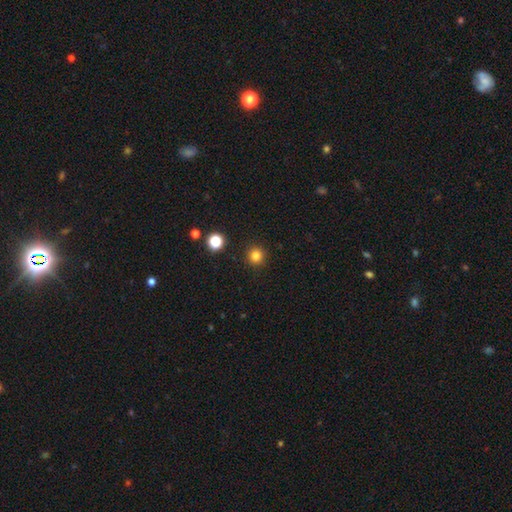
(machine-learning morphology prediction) This is clearly a smooth galaxy (82%). How rounded: clearly round (95%). Merging: clearly none (92%).